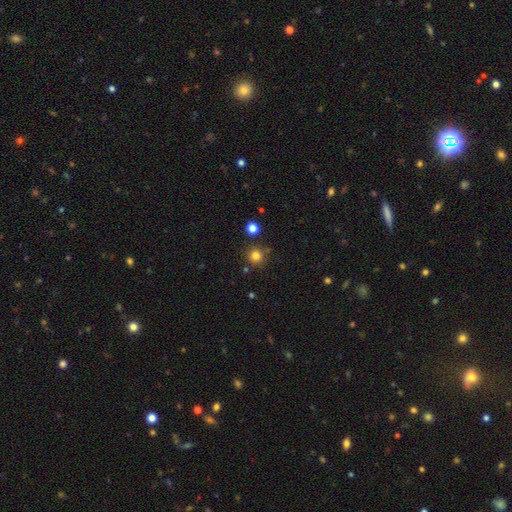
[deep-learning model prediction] This appears to be a smooth galaxy with no disk features (80%) that is round (93%). Merging: none (82%).